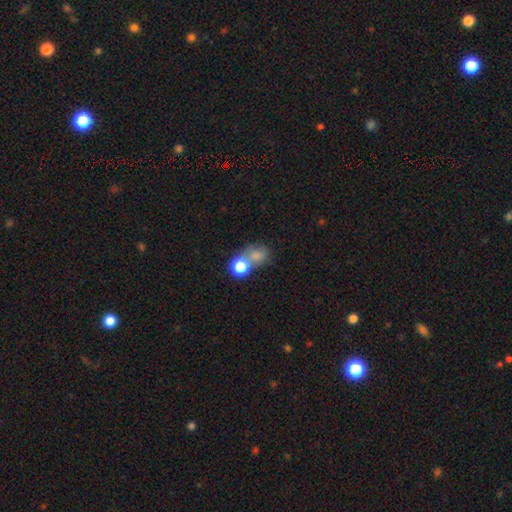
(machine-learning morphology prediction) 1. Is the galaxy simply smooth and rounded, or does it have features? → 72% smooth, 17% star or artifact, 11% featured or disk.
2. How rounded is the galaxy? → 57% round, 42% in between, 1% cigar-shaped.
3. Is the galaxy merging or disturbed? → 40% merger, 39% none, 12% minor disturbance, 9% major disturbance.